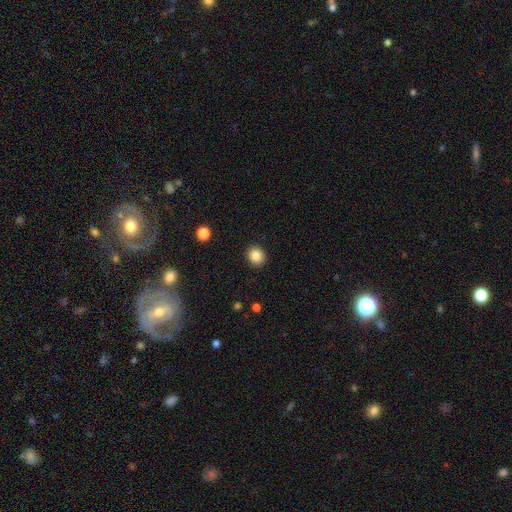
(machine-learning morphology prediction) A smooth galaxy with no disk features (85%) that is round (84%).

Vote fractions:
- Smooth or featured? smooth: 85% / star or artifact: 10% / featured or disk: 5%
- How rounded? round: 84% / in between: 15% / cigar-shaped: 1%
- Merging? none: 92% / minor disturbance: 6% / major disturbance: 2% / merger: 1%